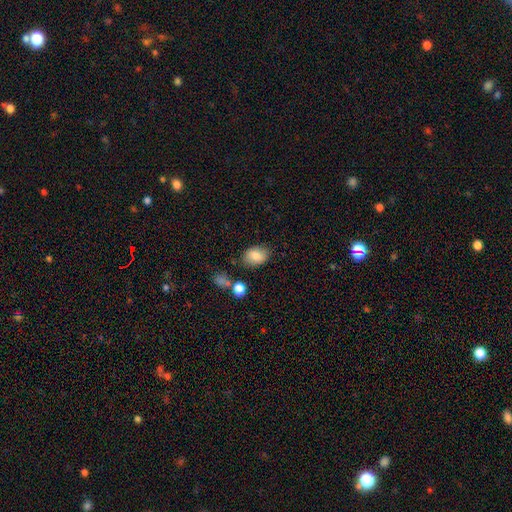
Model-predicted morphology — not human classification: Smooth or featured?
  - smooth: 84% *
  - star or artifact: 8%
  - featured or disk: 8%
How rounded?
  - in between: 79% *
  - round: 20%
  - cigar-shaped: 1%
Merging?
  - none: 80% *
  - minor disturbance: 13%
  - merger: 4%
  - major disturbance: 4%